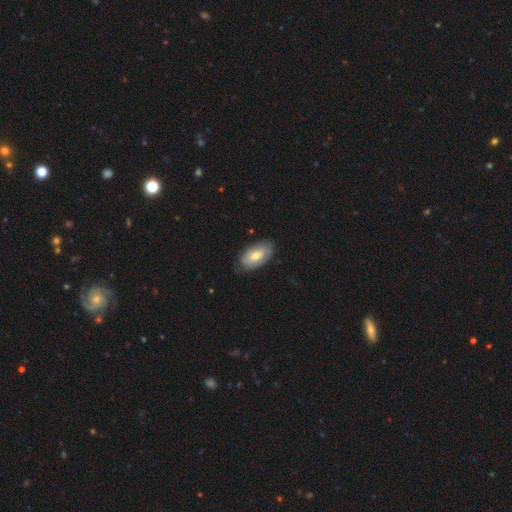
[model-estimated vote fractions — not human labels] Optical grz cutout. It shows a smooth galaxy with no disk features (54%) that is in between round and cigar-shaped (93%). Merging: none (76%).